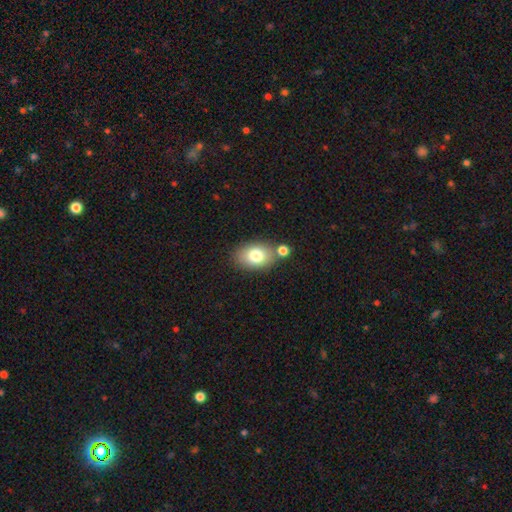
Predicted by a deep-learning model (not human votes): Overall: smooth (78%). How rounded: in between (83%). Merging: none (71%).